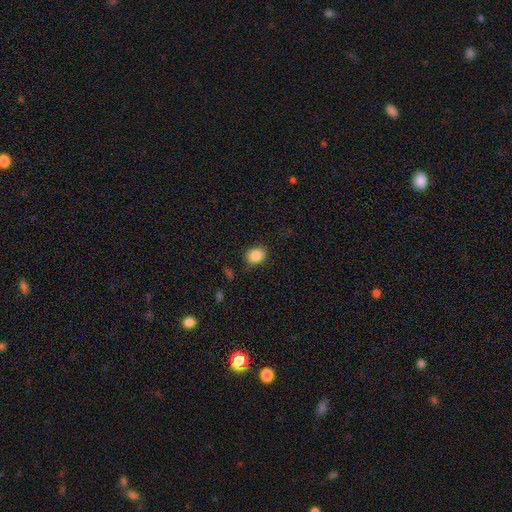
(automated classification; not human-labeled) smooth_or_featured: smooth (p=0.87) [alt: star or artifact p=0.09]
how_rounded: in between (p=0.52) [alt: round p=0.47]
merging: none (p=0.80) [alt: minor disturbance p=0.14]